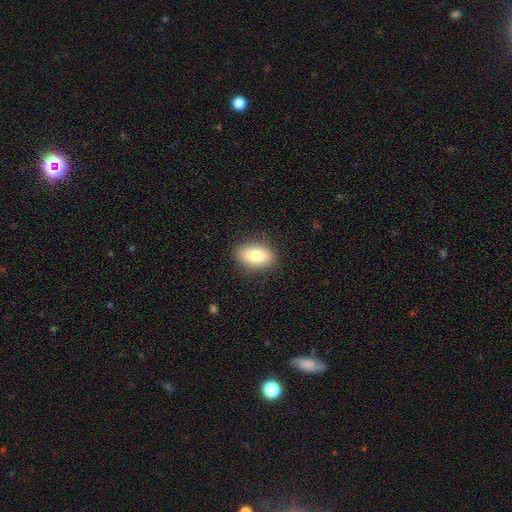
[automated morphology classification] Smooth or featured?
  - smooth: 77% *
  - featured or disk: 15%
  - star or artifact: 8%
How rounded?
  - in between: 84% *
  - round: 14%
  - cigar-shaped: 3%
Merging?
  - none: 86% *
  - minor disturbance: 10%
  - major disturbance: 3%
  - merger: 1%